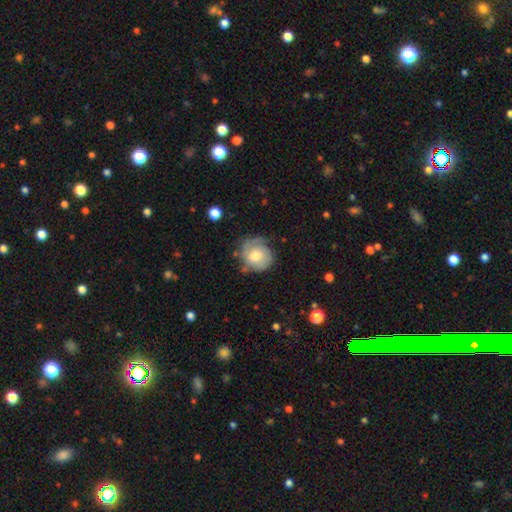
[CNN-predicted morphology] A featured or disk galaxy (51%). Merging: none (59%).